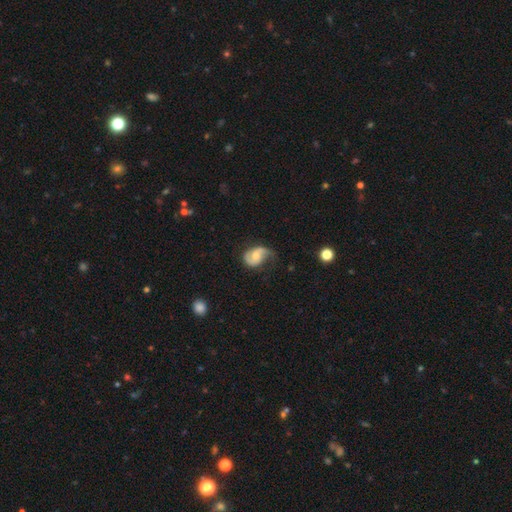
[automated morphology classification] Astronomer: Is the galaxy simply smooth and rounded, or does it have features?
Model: featured or disk — 72%.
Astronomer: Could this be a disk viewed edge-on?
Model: no — 97%.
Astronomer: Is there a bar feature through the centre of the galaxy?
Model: no — 63%.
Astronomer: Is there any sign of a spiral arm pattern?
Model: yes — 91%.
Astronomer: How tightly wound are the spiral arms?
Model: medium — 40% (runner-up: loose, 39%).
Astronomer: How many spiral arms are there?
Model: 2 — 76%.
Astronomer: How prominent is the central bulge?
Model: moderate — 69%.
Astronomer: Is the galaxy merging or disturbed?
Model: none — 49% (runner-up: minor disturbance, 32%).